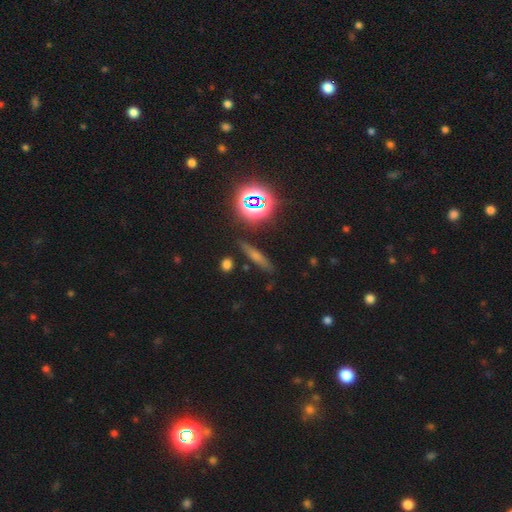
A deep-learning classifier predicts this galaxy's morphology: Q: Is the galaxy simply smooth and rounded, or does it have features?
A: smooth — 42%.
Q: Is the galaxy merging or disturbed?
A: none — 86%.